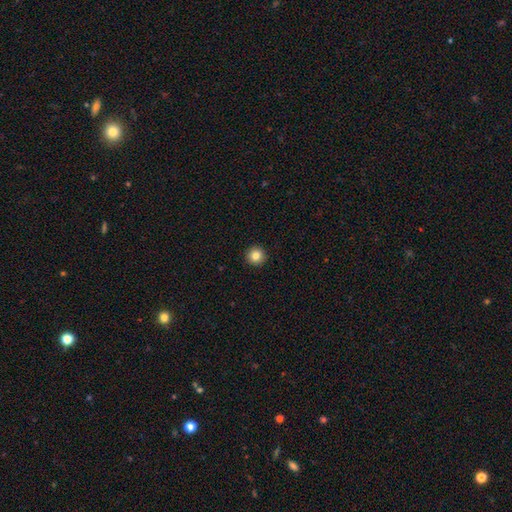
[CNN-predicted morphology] This is clearly a smooth galaxy (84%). How rounded: clearly round (96%). Merging: clearly none (94%).